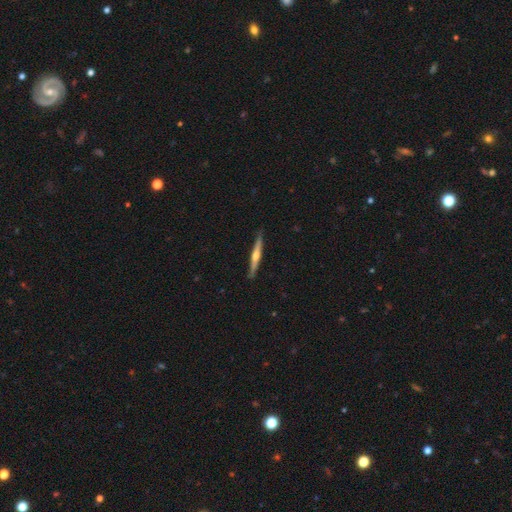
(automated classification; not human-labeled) This appears to be a featured or disk galaxy (65%) viewed edge-on (98%) with a rounded central bulge (84%). Merging: none (88%).